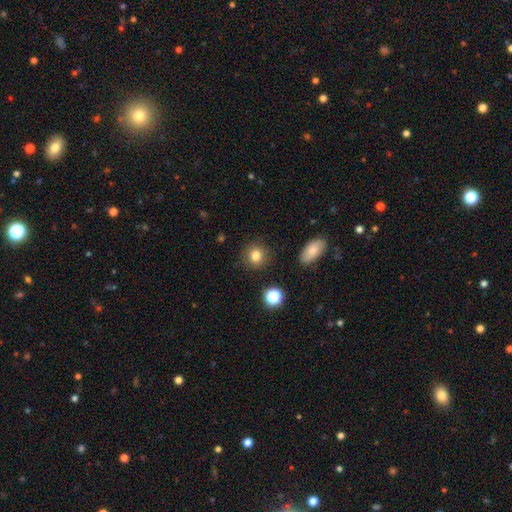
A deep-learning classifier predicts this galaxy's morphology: smooth_or_featured: smooth (p=0.82) [alt: star or artifact p=0.12]
how_rounded: round (p=0.88) [alt: in between p=0.11]
merging: none (p=0.88) [alt: minor disturbance p=0.08]